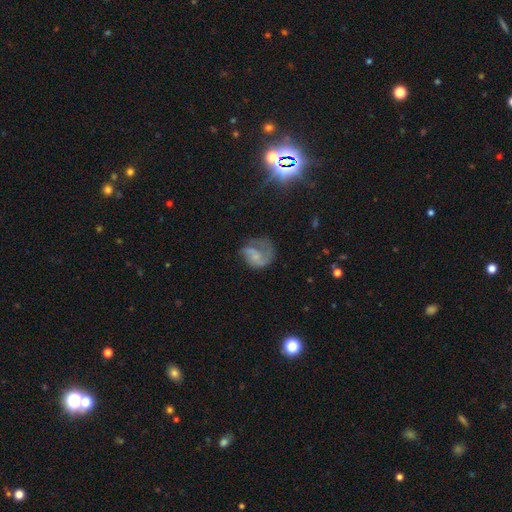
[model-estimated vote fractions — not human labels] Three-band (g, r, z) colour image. It shows a featured or disk galaxy (61%) with no bar (67%), spiral arms (80%) and a small central bulge (48%). Merging: major disturbance (39%).